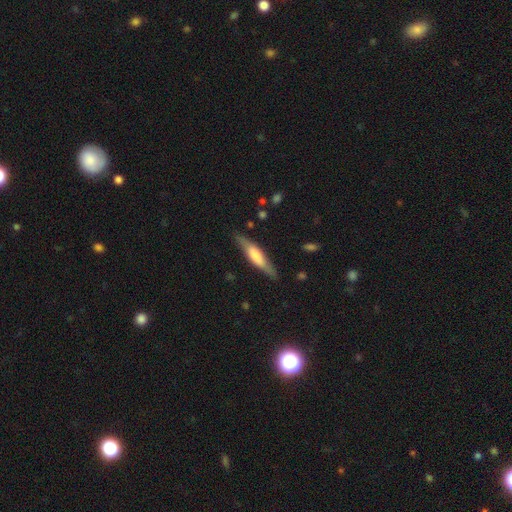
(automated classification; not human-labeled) Q: Smooth or featured?
A: smooth (53%); runner-up: featured or disk (41%)
Q: How rounded?
A: cigar-shaped (77%); runner-up: in between (22%)
Q: Merging?
A: none (82%); runner-up: minor disturbance (14%)